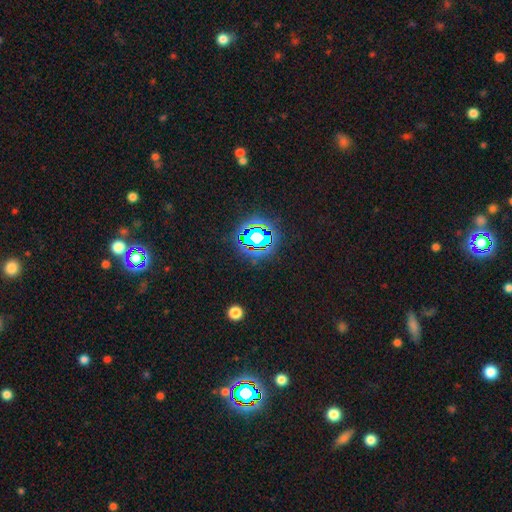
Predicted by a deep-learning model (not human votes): The model was most divided on "smooth or featured": star or artifact: 79%, smooth: 14%, featured or disk: 7%.